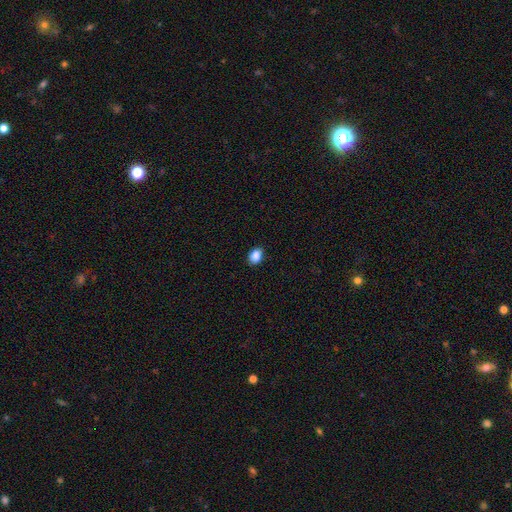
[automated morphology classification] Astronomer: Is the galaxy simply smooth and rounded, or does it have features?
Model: smooth — 88%.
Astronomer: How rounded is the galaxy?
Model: in between — 74%.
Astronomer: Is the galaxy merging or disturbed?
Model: none — 86%.